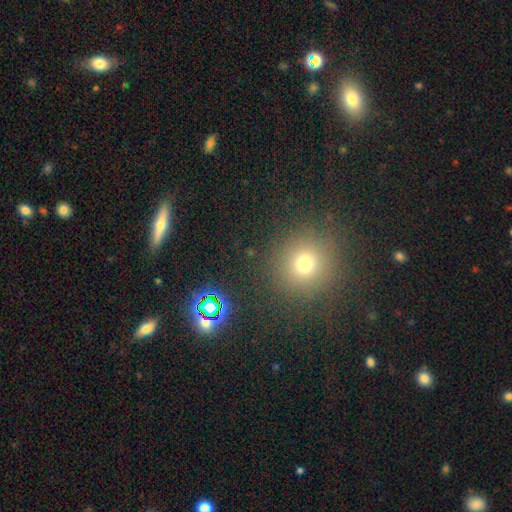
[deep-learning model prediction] Morphology: type=smooth (52%); roundness=round (86%); merging=none (89%).